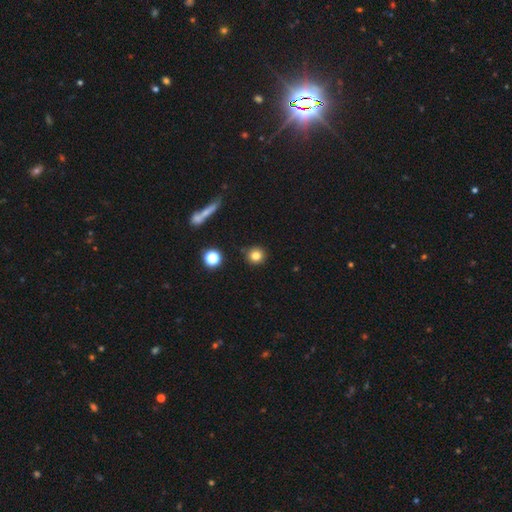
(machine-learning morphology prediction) A smooth galaxy with no disk features (80%) that is round (93%). Merging: none (87%).